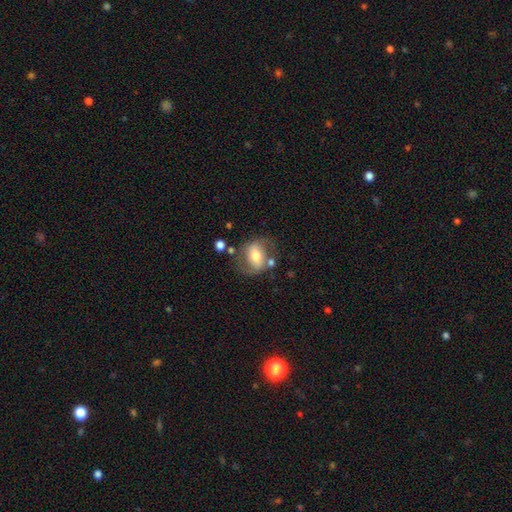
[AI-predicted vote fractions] The model was most divided on "smooth or featured": featured or disk: 51%, smooth: 41%, star or artifact: 8%. More confident: edge-on disk — no (94%); merging — none (60%).